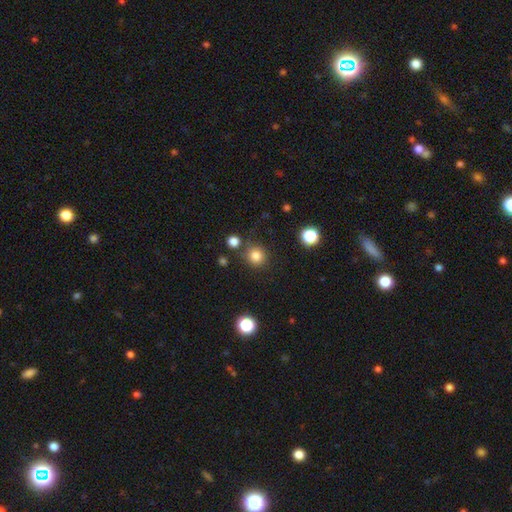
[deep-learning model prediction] Overall: smooth (82%). How rounded: round (91%). Merging: none (81%).